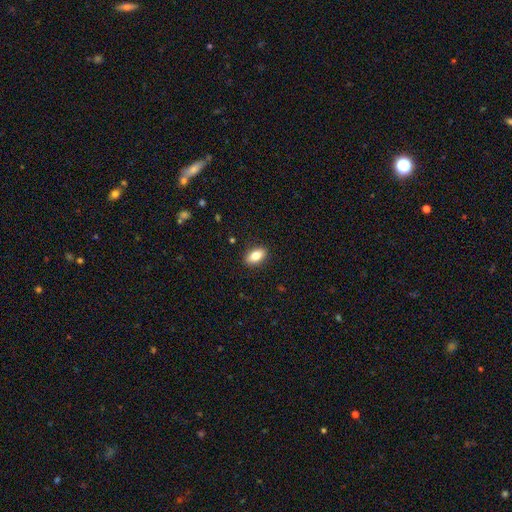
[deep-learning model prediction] A smooth galaxy with no disk features (82%) that is in between round and cigar-shaped (89%). Merging: none (89%).